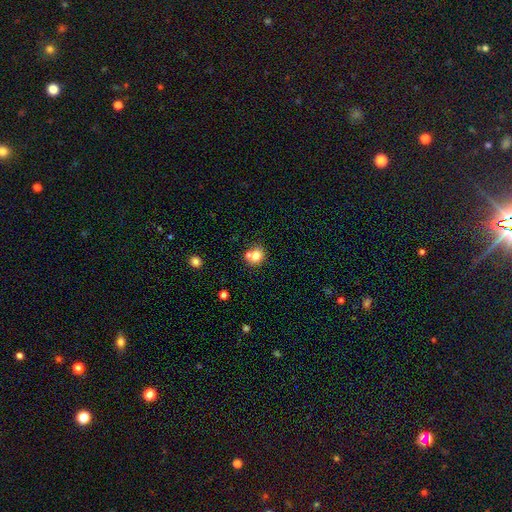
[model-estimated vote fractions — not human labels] A smooth galaxy with no disk features (75%) that is round (72%).

Vote fractions:
- Smooth or featured? smooth: 75% / featured or disk: 14% / star or artifact: 11%
- How rounded? round: 72% / in between: 27% / cigar-shaped: 1%
- Merging? none: 50% / merger: 37% / minor disturbance: 10% / major disturbance: 4%